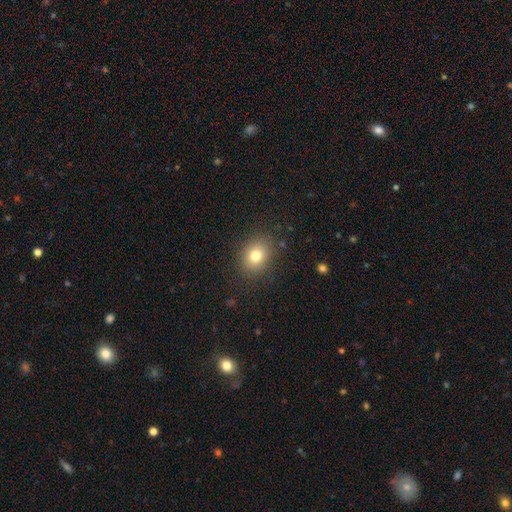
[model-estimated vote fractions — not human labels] Smooth or featured: smooth — 78% (star or artifact — 12%)
How rounded: round — 52% (in between — 47%)
Merging: none — 86% (minor disturbance — 10%)